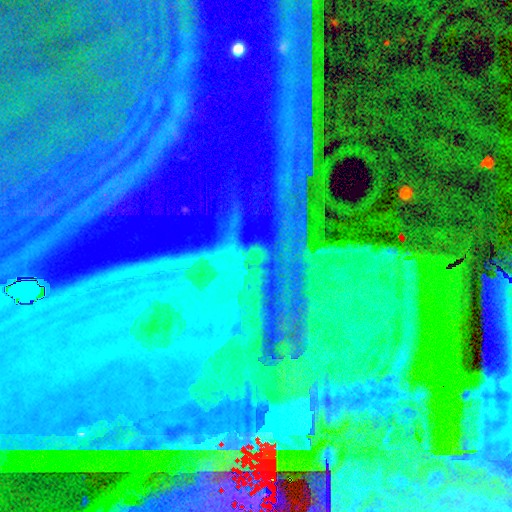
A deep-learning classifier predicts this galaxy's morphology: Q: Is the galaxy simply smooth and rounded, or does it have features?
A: star or artifact — 85%.